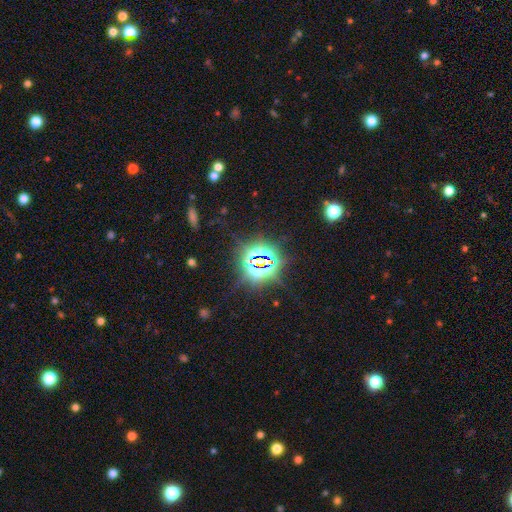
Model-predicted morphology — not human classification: Smooth or featured? Predicted: star or artifact (p=0.82).